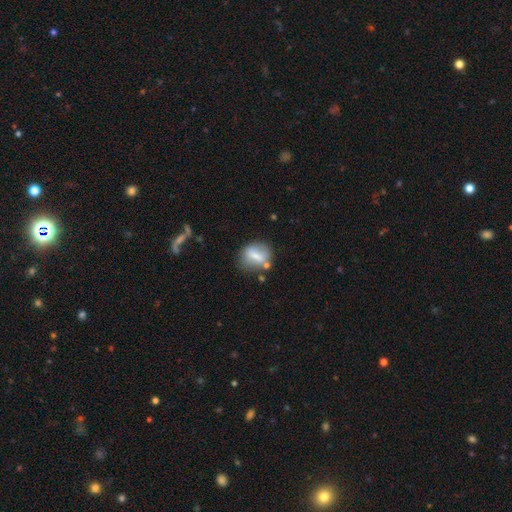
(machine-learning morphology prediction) smooth_or_featured: smooth (p=0.62) [alt: featured or disk p=0.30]
how_rounded: in between (p=0.51) [alt: round p=0.44]
merging: none (p=0.59) [alt: minor disturbance p=0.20]